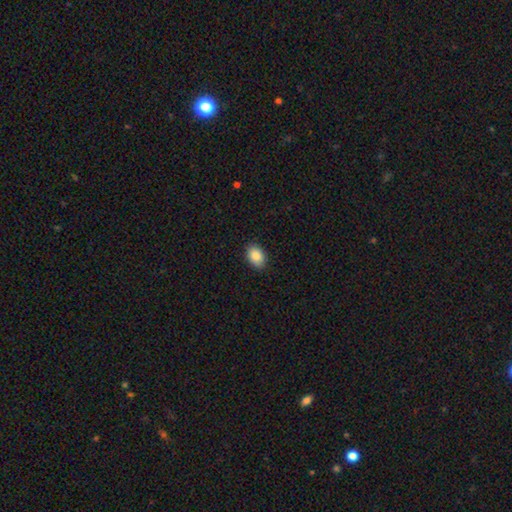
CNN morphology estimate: A smooth galaxy with no disk features (88%) that is in between round and cigar-shaped (80%). Merging: none (89%).